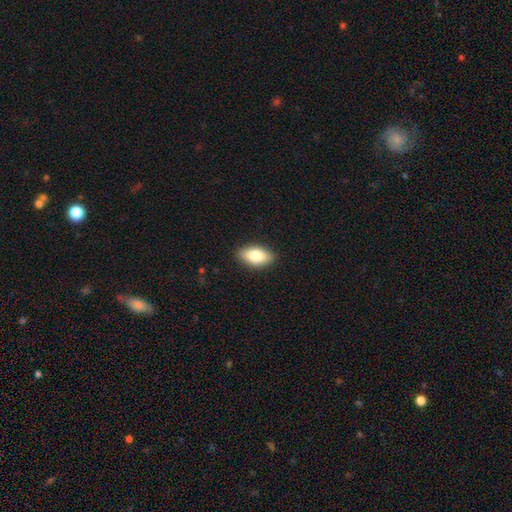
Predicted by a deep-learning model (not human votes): Morphology: type=smooth (79%); roundness=in between (91%); merging=none (88%).